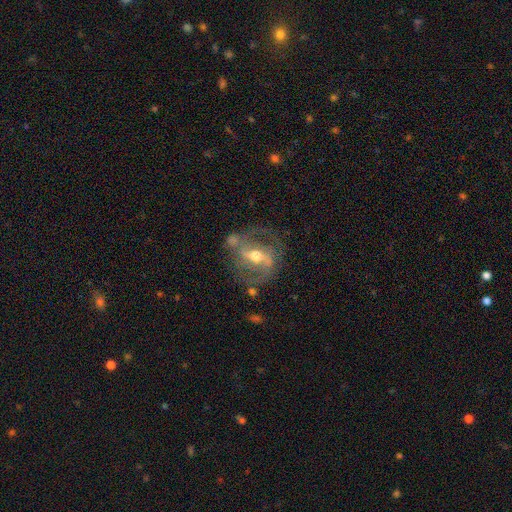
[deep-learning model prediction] This is clearly a featured or disk galaxy (84%). It is clearly not viewed edge-on (94%). Bar: possibly strong (54%). Spiral arm pattern: clearly yes (88%). Spiral arm count: clearly 2 (83%). Spiral winding: possibly medium (50%). Central bulge: likely moderate (66%). Merging: likely none (63%).